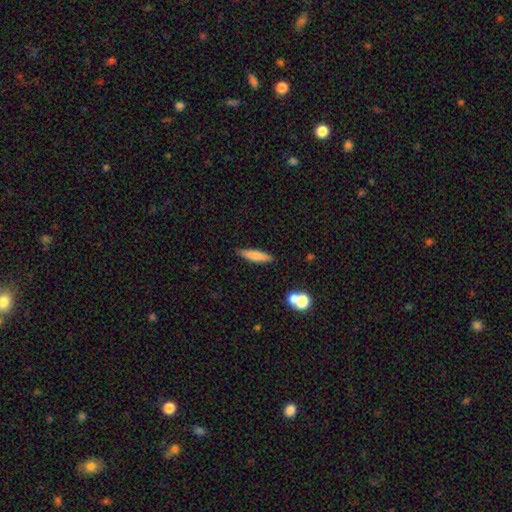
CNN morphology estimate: This appears to be a smooth galaxy with no disk features (75%) that is cigar-shaped (82%). Merging: none (85%).